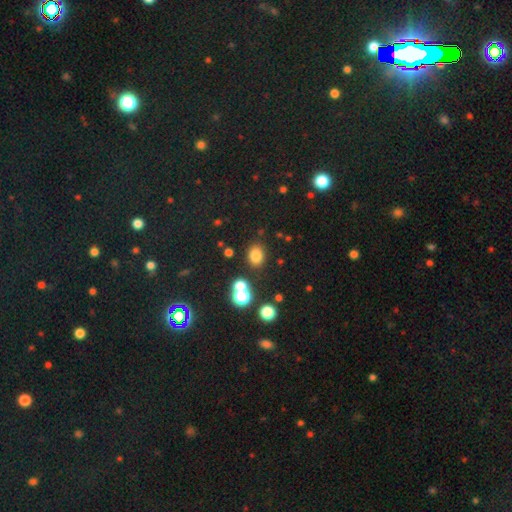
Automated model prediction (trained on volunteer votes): Q: Smooth or featured?
A: smooth (77%); runner-up: star or artifact (17%)
Q: How rounded?
A: round (54%); runner-up: in between (45%)
Q: Merging?
A: none (81%); runner-up: minor disturbance (9%)